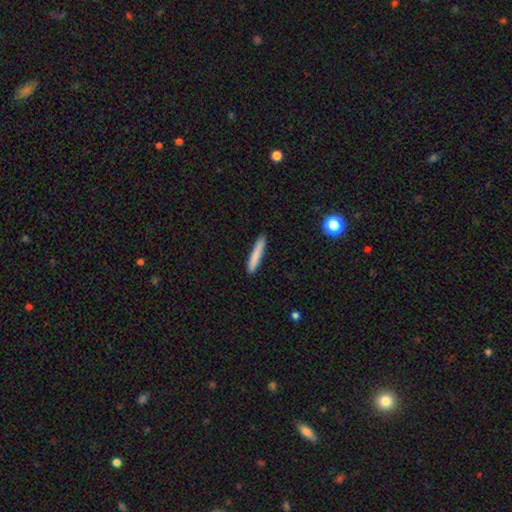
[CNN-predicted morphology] Smooth or featured? smooth (82%)
How rounded? cigar-shaped (94%)
Merging? none (90%)